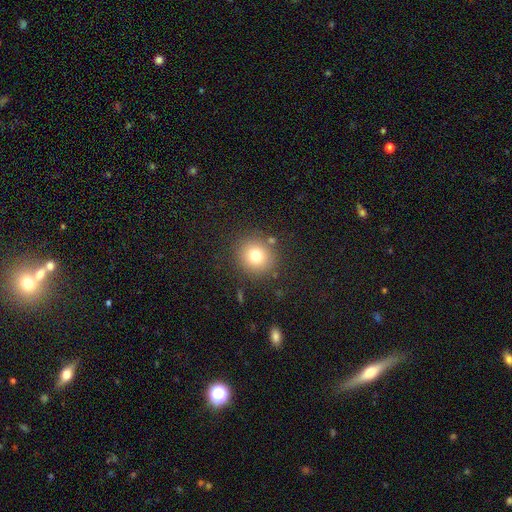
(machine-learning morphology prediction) smooth-or-featured: smooth: 77% | star or artifact: 13% | featured or disk: 10%
  how-rounded: round: 88% | in between: 11% | cigar-shaped: 1%
  merging: none: 85% | minor disturbance: 9% | major disturbance: 4% | merger: 3%